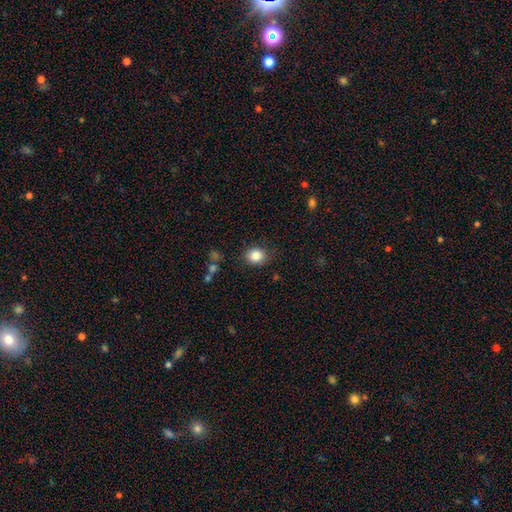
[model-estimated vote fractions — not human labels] Overall: smooth (85%). How rounded: round (63%; in between 36%). Merging: none (82%).